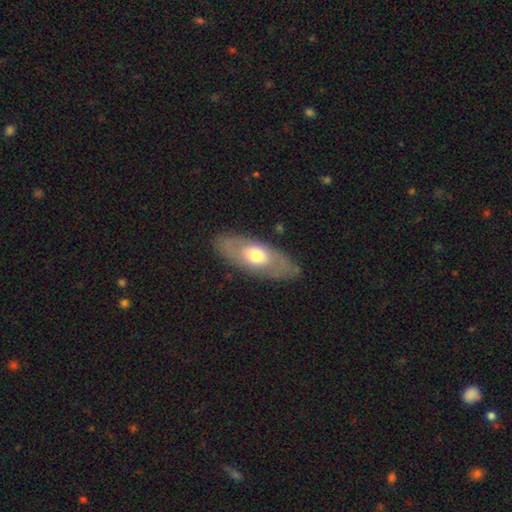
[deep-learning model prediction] Q: Smooth or featured?
A: smooth (50%); runner-up: featured or disk (44%)
Q: How rounded?
A: in between (83%); runner-up: cigar-shaped (13%)
Q: Merging?
A: none (82%); runner-up: minor disturbance (12%)